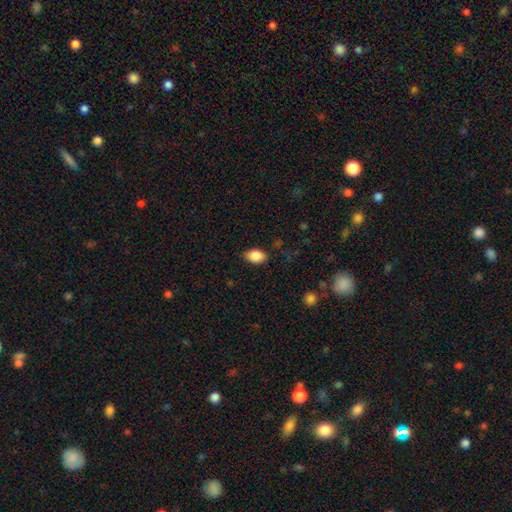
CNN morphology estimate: smooth_or_featured: smooth (p=0.88) [alt: star or artifact p=0.08]
how_rounded: in between (p=0.84) [alt: round p=0.15]
merging: none (p=0.79) [alt: minor disturbance p=0.16]